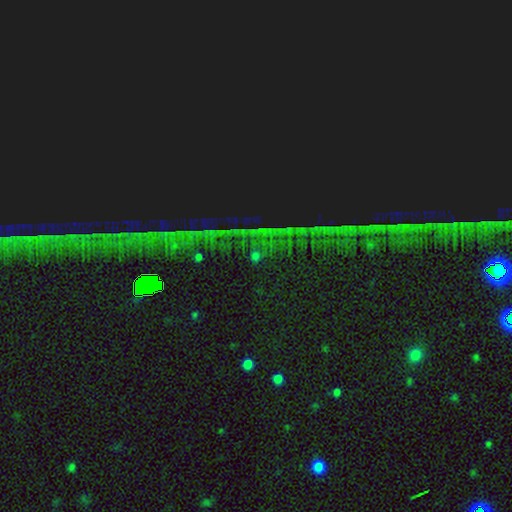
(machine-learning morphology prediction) This is likely a star or artifact rather than a galaxy (73%).